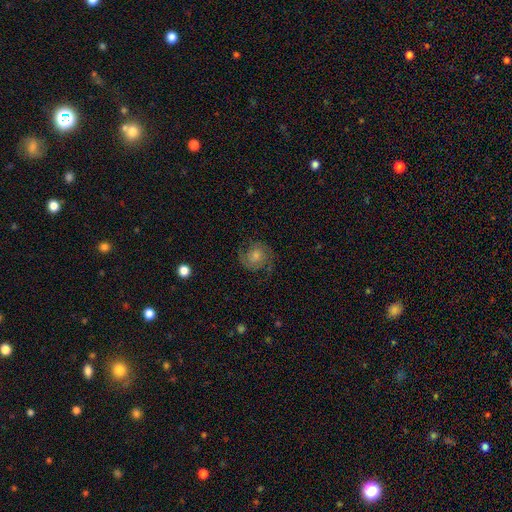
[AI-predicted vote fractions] Smooth or featured?
  - featured or disk: 72% *
  - smooth: 17%
  - star or artifact: 11%
Edge-on disk?
  - no: 98% *
  - yes: 2%
Bar?
  - no: 68% *
  - weak: 27%
  - strong: 4%
Spiral arms?
  - yes: 95% *
  - no: 5%
Spiral winding?
  - medium: 45% *
  - tight: 41%
  - loose: 14%
Spiral arm count?
  - 2: 77% *
  - can't tell: 10%
  - 3: 6%
  - 1: 3%
  - 4: 2%
  - more than 4: 2%
Bulge size?
  - moderate: 47% *
  - small: 39%
  - large: 7%
  - none: 6%
  - dominant: 2%
Merging?
  - none: 78% *
  - minor disturbance: 13%
  - major disturbance: 7%
  - merger: 1%